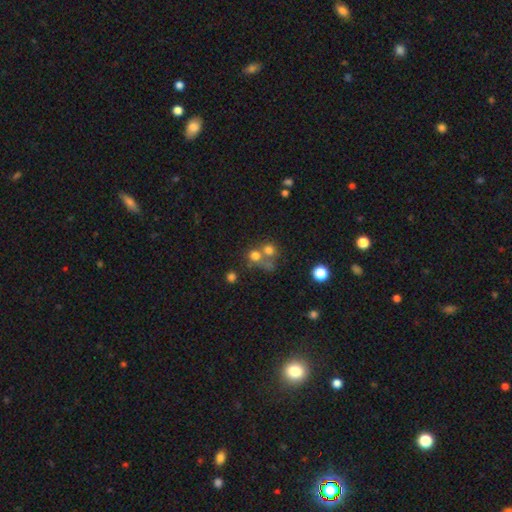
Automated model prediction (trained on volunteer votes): smooth_or_featured: smooth (p=0.68) [alt: star or artifact p=0.18]
how_rounded: round (p=0.85) [alt: in between p=0.14]
merging: merger (p=0.47) [alt: none p=0.40]